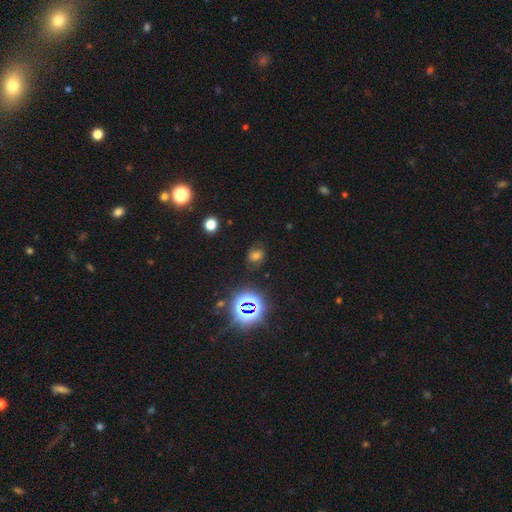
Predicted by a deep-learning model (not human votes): smooth 57%, star or artifact 30%, featured or disk 12%. Down the decision tree: how rounded — round (56%); merging — none (72%).